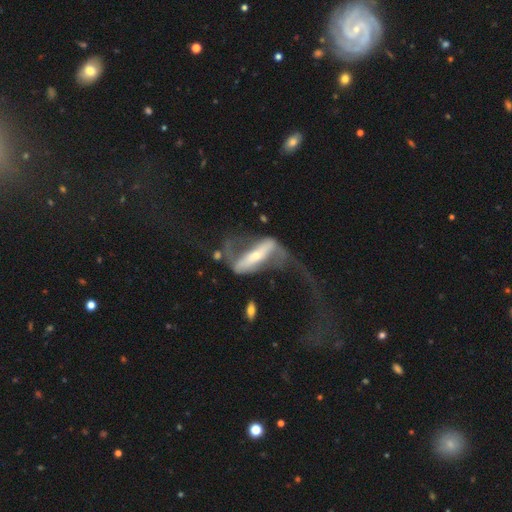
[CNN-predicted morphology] Smooth or featured? featured or disk (77%)
Edge-on disk? no (68%)
Bar? strong (67%)
Spiral arms? yes (65%)
Bulge size? small (58%)
Merging? major disturbance (59%)